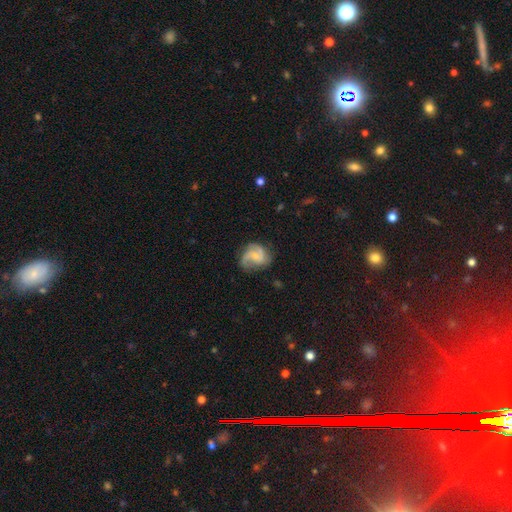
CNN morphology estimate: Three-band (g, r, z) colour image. It shows a featured or disk galaxy (69%) with no bar (52%), 2 (52%) medium (46%) spiral arms (91%) and a small central bulge (45%). Merging: none (59%).